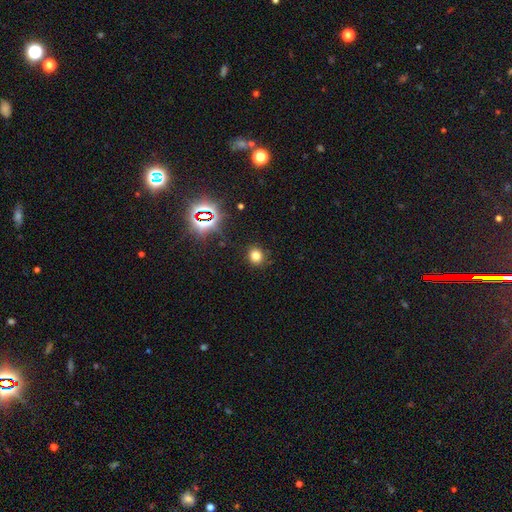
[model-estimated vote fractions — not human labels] Overall: smooth (73%). How rounded: round (77%). Merging: none (87%).